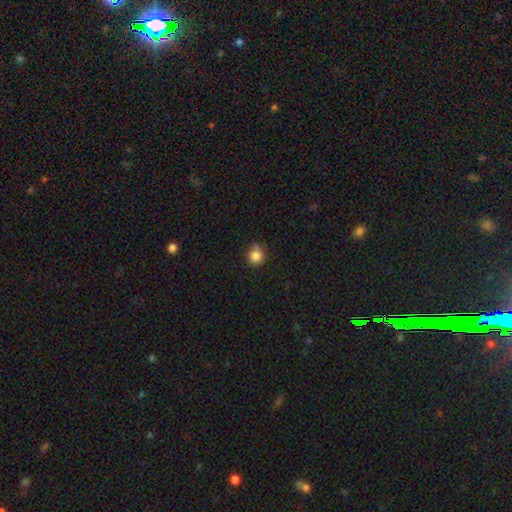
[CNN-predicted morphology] smooth_or_featured: smooth (p=0.84) [alt: star or artifact p=0.11]
how_rounded: round (p=0.90) [alt: in between p=0.09]
merging: none (p=0.68) [alt: minor disturbance p=0.20]